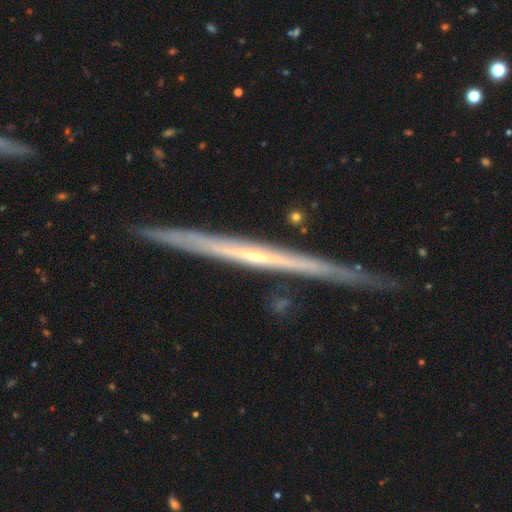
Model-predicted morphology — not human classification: Q: Smooth or featured?
A: featured or disk (82%); runner-up: smooth (13%)
Q: Edge-on disk?
A: yes (97%); runner-up: no (3%)
Q: Edge-on bulge?
A: none (64%); runner-up: rounded (32%)
Q: Merging?
A: none (85%); runner-up: minor disturbance (12%)